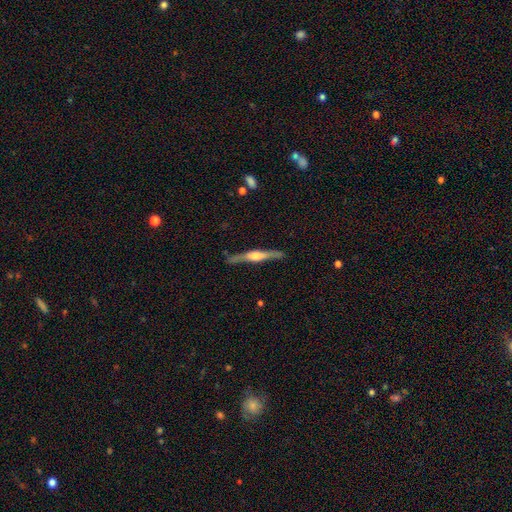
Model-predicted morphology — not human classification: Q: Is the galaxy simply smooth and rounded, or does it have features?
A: featured or disk — 75%.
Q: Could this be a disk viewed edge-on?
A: yes — 97%.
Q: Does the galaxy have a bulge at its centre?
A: rounded — 80%.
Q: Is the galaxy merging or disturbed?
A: none — 86%.